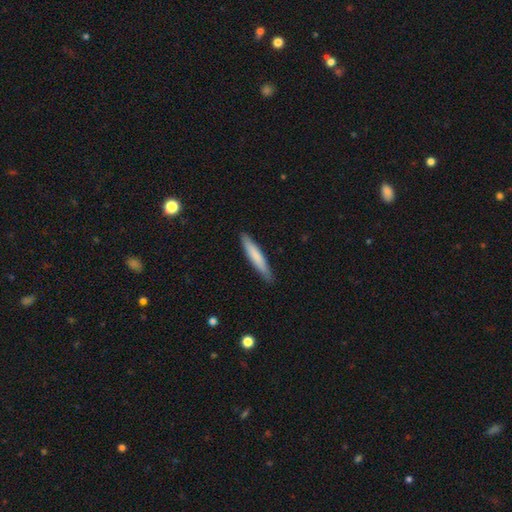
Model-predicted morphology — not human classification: smooth_or_featured: smooth (p=0.75) [alt: featured or disk p=0.20]
how_rounded: cigar-shaped (p=0.93) [alt: in between p=0.06]
merging: none (p=0.88) [alt: minor disturbance p=0.10]